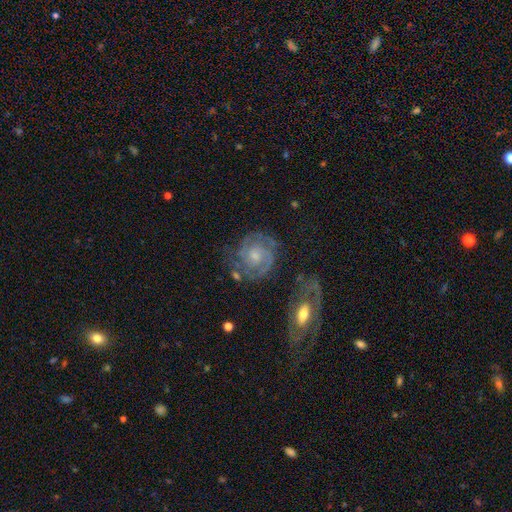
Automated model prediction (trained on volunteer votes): Smooth or featured?
  - featured or disk: 81% *
  - smooth: 12%
  - star or artifact: 7%
Edge-on disk?
  - no: 97% *
  - yes: 3%
Bar?
  - no: 67% *
  - weak: 27%
  - strong: 5%
Spiral arms?
  - yes: 95% *
  - no: 5%
Spiral winding?
  - tight: 63% *
  - medium: 31%
  - loose: 6%
Spiral arm count?
  - 2: 49% *
  - can't tell: 20%
  - 3: 19%
  - 4: 5%
  - 1: 4%
  - more than 4: 4%
Bulge size?
  - small: 55% *
  - moderate: 35%
  - none: 6%
  - large: 3%
  - dominant: 1%
Merging?
  - none: 67% *
  - minor disturbance: 18%
  - major disturbance: 9%
  - merger: 6%